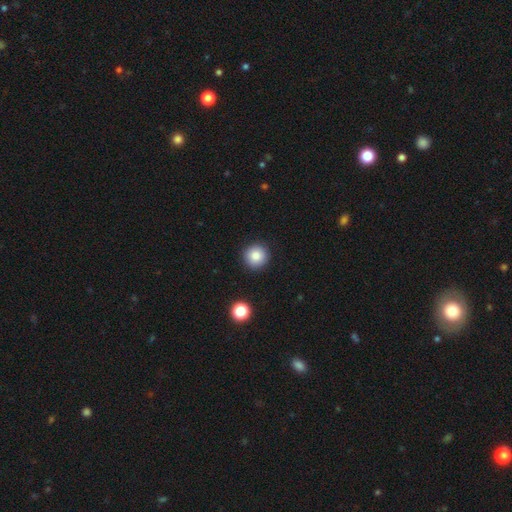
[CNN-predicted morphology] Q: Smooth or featured?
A: smooth (83%); runner-up: star or artifact (10%)
Q: How rounded?
A: round (96%); runner-up: in between (3%)
Q: Merging?
A: none (91%); runner-up: minor disturbance (5%)